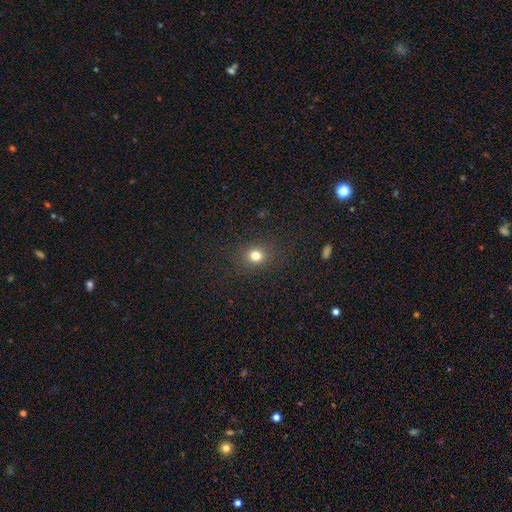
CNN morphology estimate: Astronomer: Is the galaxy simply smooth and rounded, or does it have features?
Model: smooth — 78%.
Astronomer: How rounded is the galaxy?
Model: round — 78%.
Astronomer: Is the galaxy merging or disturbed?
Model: none — 87%.